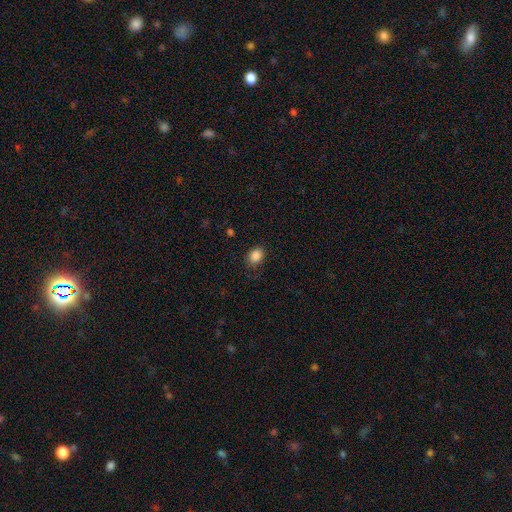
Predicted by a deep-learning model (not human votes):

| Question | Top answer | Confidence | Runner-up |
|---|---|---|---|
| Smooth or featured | smooth | 87% | star or artifact (10%) |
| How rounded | in between | 61% | round (38%) |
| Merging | none | 77% | minor disturbance (16%) |